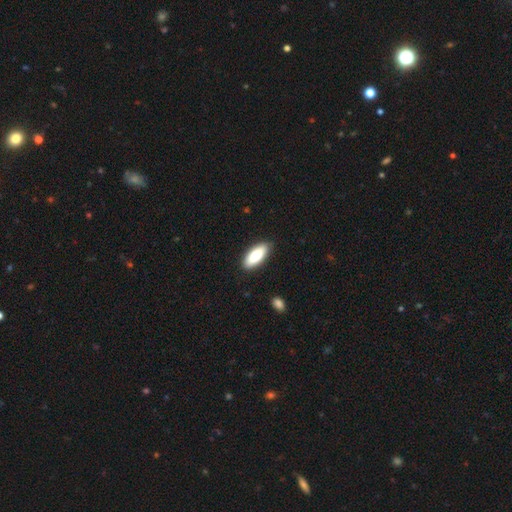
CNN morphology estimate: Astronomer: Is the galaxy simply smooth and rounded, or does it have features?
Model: smooth — 83%.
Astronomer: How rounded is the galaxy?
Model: in between — 78%.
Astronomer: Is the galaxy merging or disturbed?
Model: none — 88%.